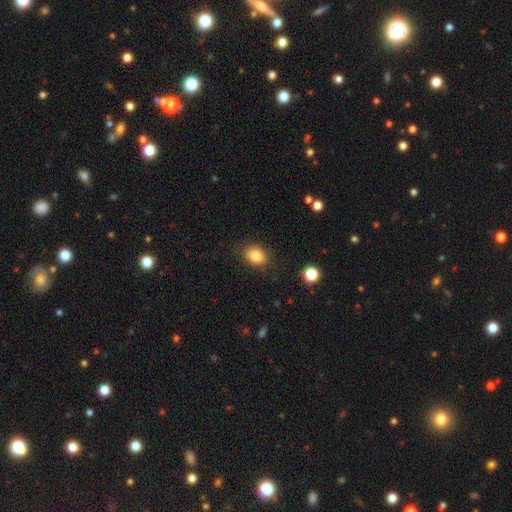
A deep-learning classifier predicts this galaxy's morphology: This appears to be a smooth galaxy with no disk features (85%) that is in between round and cigar-shaped (67%). Merging: none (84%).